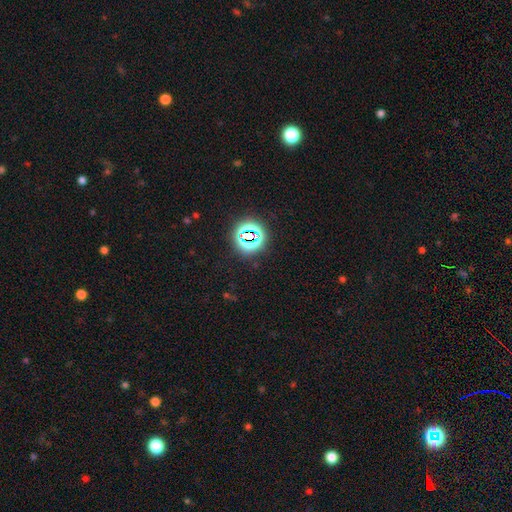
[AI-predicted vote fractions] smooth-or-featured: star or artifact: 80% | smooth: 12% | featured or disk: 7%